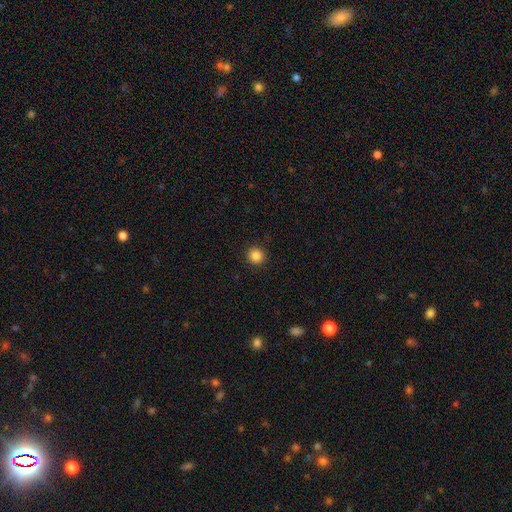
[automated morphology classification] Smooth or featured?
  - smooth: 86% *
  - star or artifact: 11%
  - featured or disk: 3%
How rounded?
  - round: 95% *
  - in between: 4%
  - cigar-shaped: 1%
Merging?
  - none: 92% *
  - minor disturbance: 5%
  - major disturbance: 2%
  - merger: 1%